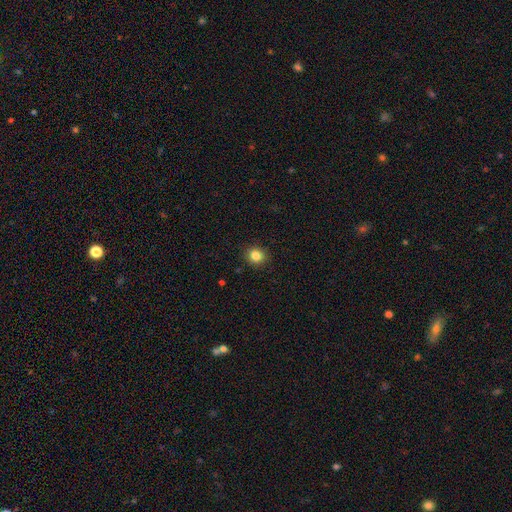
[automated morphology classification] Q: Smooth or featured?
A: smooth (84%); runner-up: star or artifact (11%)
Q: How rounded?
A: round (81%); runner-up: in between (18%)
Q: Merging?
A: none (91%); runner-up: minor disturbance (6%)